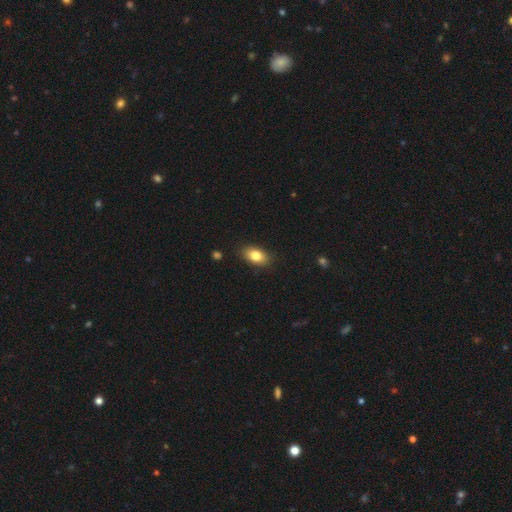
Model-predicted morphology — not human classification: Smooth or featured: smooth — 82% (featured or disk — 9%)
How rounded: in between — 87% (round — 10%)
Merging: none — 85% (minor disturbance — 11%)